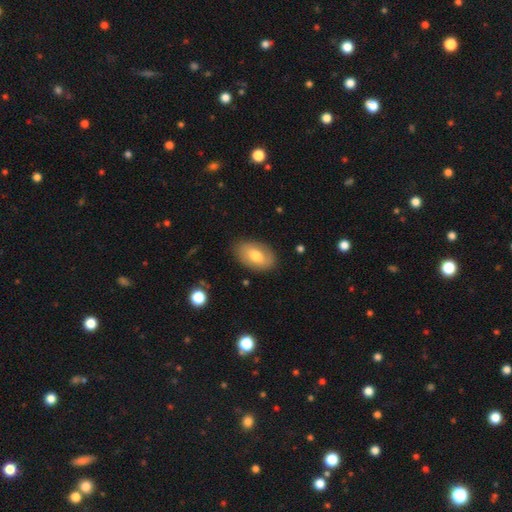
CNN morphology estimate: type=smooth (67%); roundness=in between (90%); merging=none (82%).